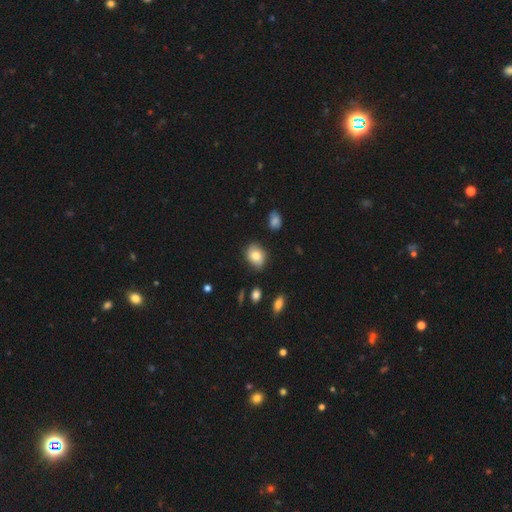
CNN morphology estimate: The model was most divided on "how rounded": in between: 66%, round: 33%, cigar-shaped: 1%. More confident: smooth or featured — smooth (79%); merging — none (75%).